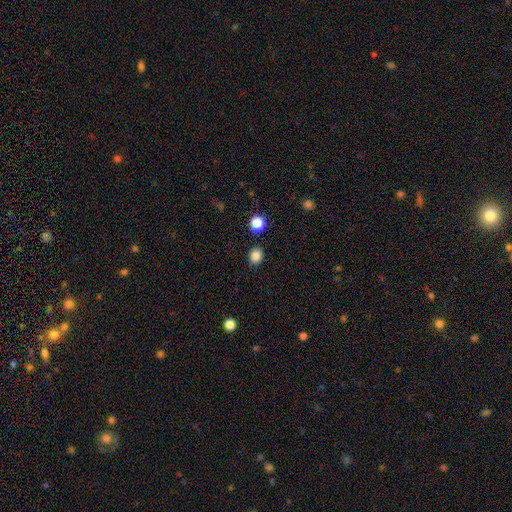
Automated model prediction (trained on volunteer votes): smooth_or_featured: smooth (p=0.85) [alt: star or artifact p=0.11]
how_rounded: round (p=0.62) [alt: in between p=0.37]
merging: none (p=0.88) [alt: minor disturbance p=0.07]